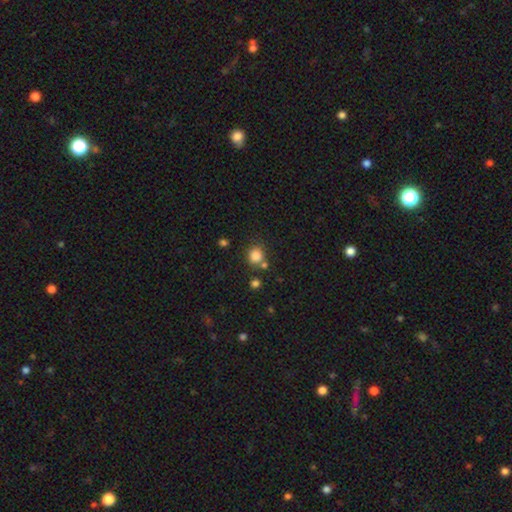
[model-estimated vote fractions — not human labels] Q: Smooth or featured?
A: smooth (84%); runner-up: star or artifact (12%)
Q: How rounded?
A: round (82%); runner-up: in between (17%)
Q: Merging?
A: none (69%); runner-up: merger (15%)